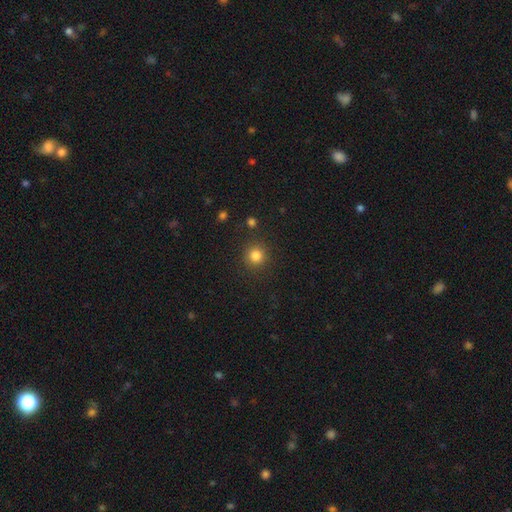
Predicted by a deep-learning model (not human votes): smooth_or_featured: smooth (p=0.82) [alt: star or artifact p=0.13]
how_rounded: round (p=0.93) [alt: in between p=0.06]
merging: none (p=0.89) [alt: minor disturbance p=0.06]